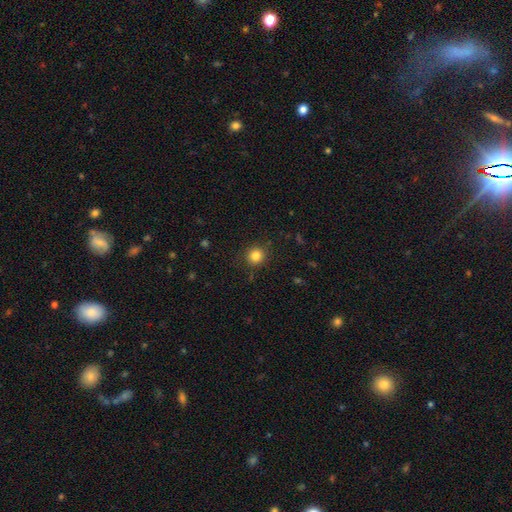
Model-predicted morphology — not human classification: Q: Smooth or featured?
A: smooth (83%); runner-up: star or artifact (12%)
Q: How rounded?
A: round (90%); runner-up: in between (9%)
Q: Merging?
A: none (89%); runner-up: minor disturbance (7%)